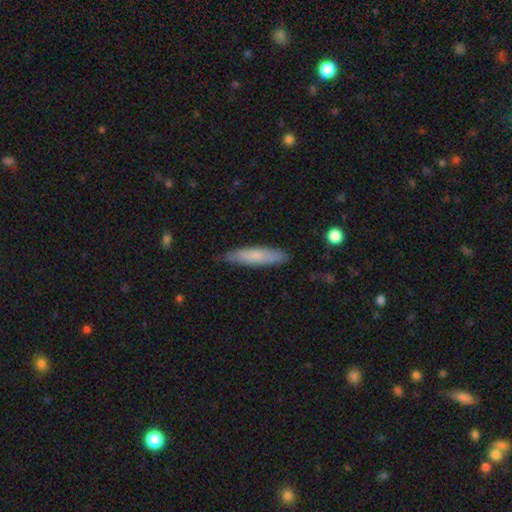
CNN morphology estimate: type=smooth (73%); roundness=cigar-shaped (82%); merging=none (84%).